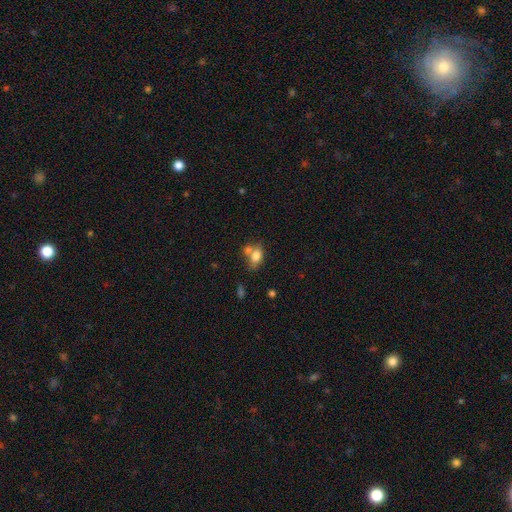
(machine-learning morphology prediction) The model was most divided on "merging": none: 43%, merger: 37%, minor disturbance: 14%, major disturbance: 6%. More confident: smooth or featured — smooth (79%); how rounded — in between (77%).